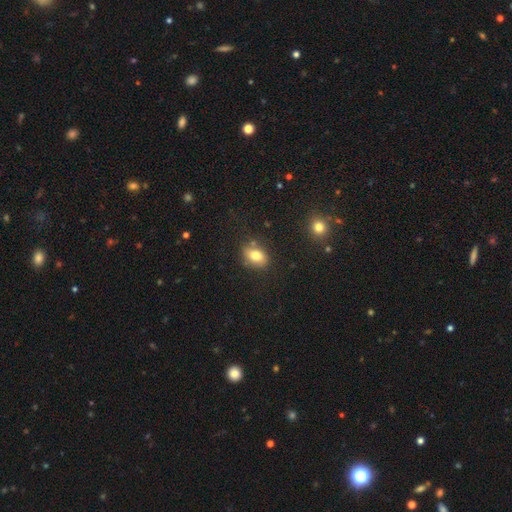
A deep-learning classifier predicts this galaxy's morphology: The model was most divided on "how rounded": in between: 75%, round: 24%, cigar-shaped: 2%. More confident: smooth or featured — smooth (79%); merging — none (78%).